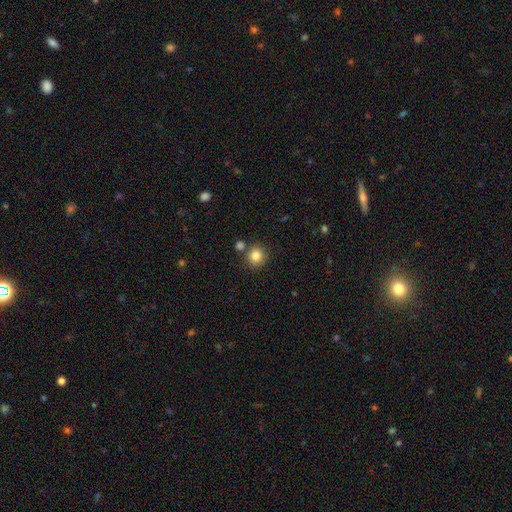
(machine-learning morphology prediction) This appears to be a smooth galaxy with no disk features (84%) that is round (90%). Merging: none (80%).